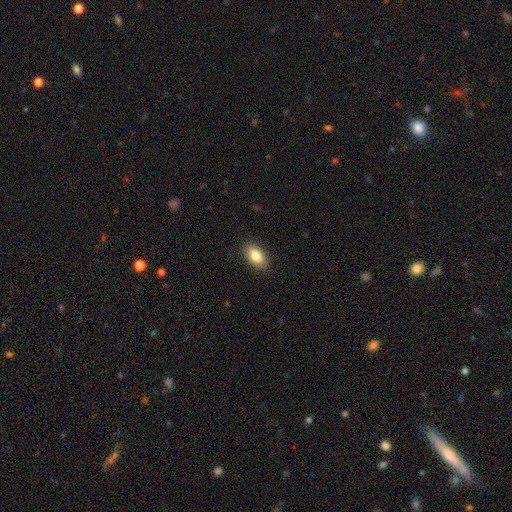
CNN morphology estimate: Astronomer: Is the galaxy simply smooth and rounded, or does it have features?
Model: smooth — 84%.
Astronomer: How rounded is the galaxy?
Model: in between — 92%.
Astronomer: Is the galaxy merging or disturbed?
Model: none — 89%.